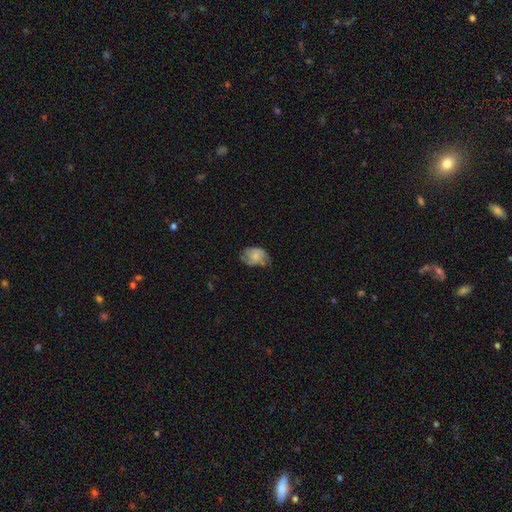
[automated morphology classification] smooth_or_featured: smooth (p=0.58) [alt: featured or disk p=0.33]
how_rounded: in between (p=0.76) [alt: round p=0.23]
merging: none (p=0.50) [alt: minor disturbance p=0.34]